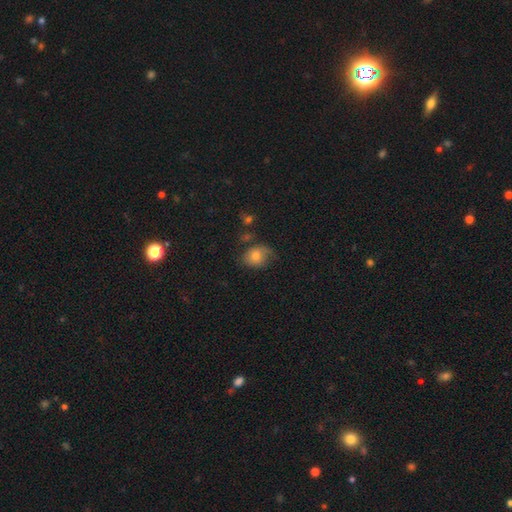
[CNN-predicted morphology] Smooth or featured? Predicted: smooth (p=0.68). How rounded? Predicted: in between (p=0.54). Merging? Predicted: none (p=0.50).